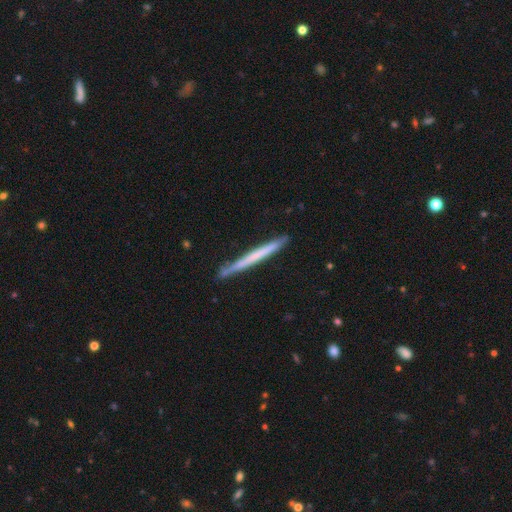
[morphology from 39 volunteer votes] Smooth or featured? featured or disk (51%)
Edge-on disk? yes (100%)
Edge-on bulge? none (90%)
Merging? none (79%)